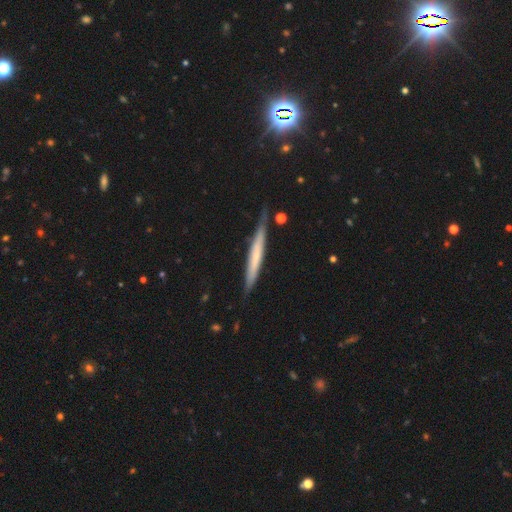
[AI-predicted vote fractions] Smooth or featured? Predicted: featured or disk (p=0.48). Merging? Predicted: none (p=0.78).